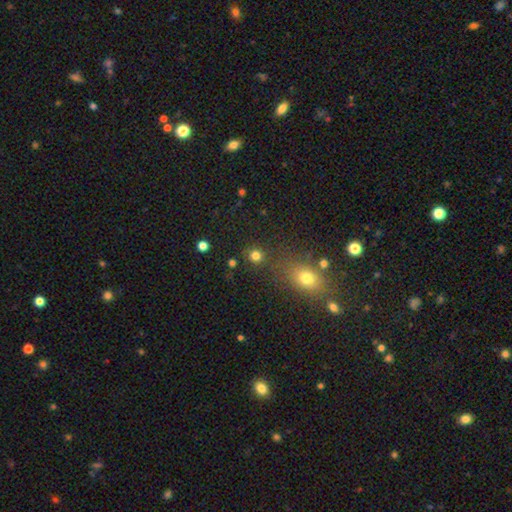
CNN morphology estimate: The model was most divided on "smooth or featured": smooth: 80%, star or artifact: 15%, featured or disk: 5%. More confident: how rounded — round (86%); merging — none (82%).